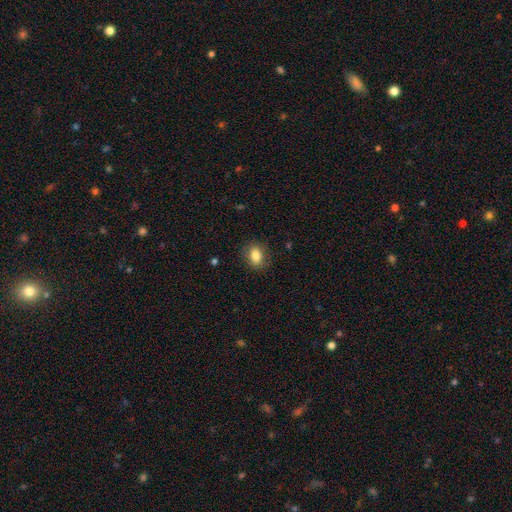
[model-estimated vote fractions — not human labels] Q: Smooth or featured?
A: smooth (82%); runner-up: star or artifact (9%)
Q: How rounded?
A: in between (65%); runner-up: round (33%)
Q: Merging?
A: none (85%); runner-up: minor disturbance (11%)